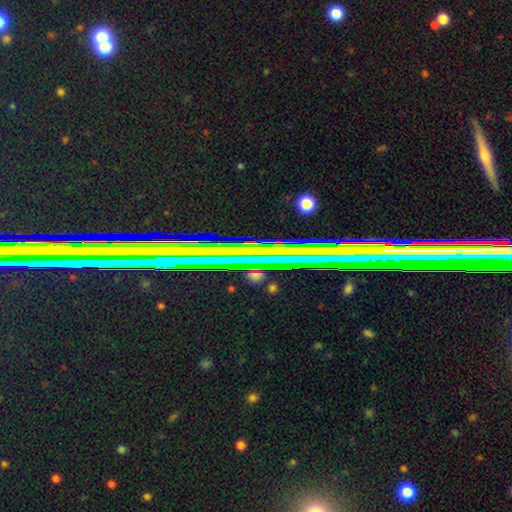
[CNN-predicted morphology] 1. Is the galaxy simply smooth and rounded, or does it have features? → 61% star or artifact, 25% featured or disk, 13% smooth.